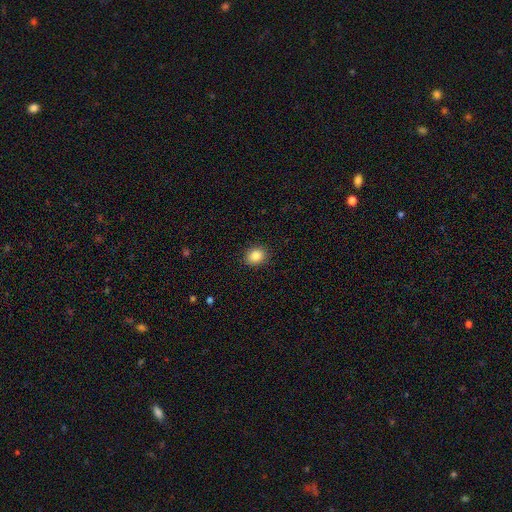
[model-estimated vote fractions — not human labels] Smooth or featured?
  - smooth: 86% *
  - star or artifact: 9%
  - featured or disk: 4%
How rounded?
  - round: 57% *
  - in between: 42%
  - cigar-shaped: 1%
Merging?
  - none: 90% *
  - minor disturbance: 7%
  - major disturbance: 2%
  - merger: 1%